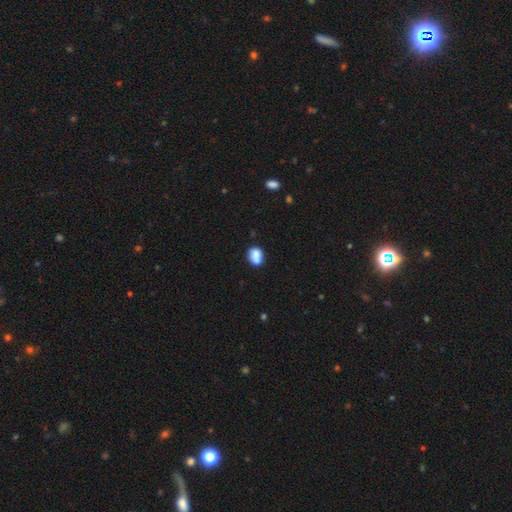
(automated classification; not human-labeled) A smooth galaxy with no disk features (78%) that is in between round and cigar-shaped (51%). Merging: none (47%).